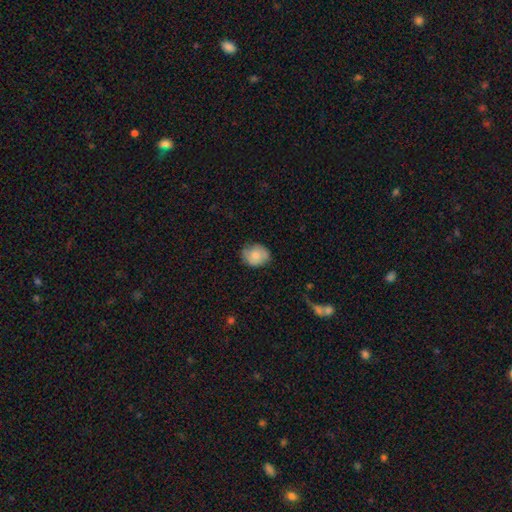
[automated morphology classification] Smooth or featured: smooth — 79% (featured or disk — 14%)
How rounded: round — 63% (in between — 36%)
Merging: none — 71% (minor disturbance — 23%)